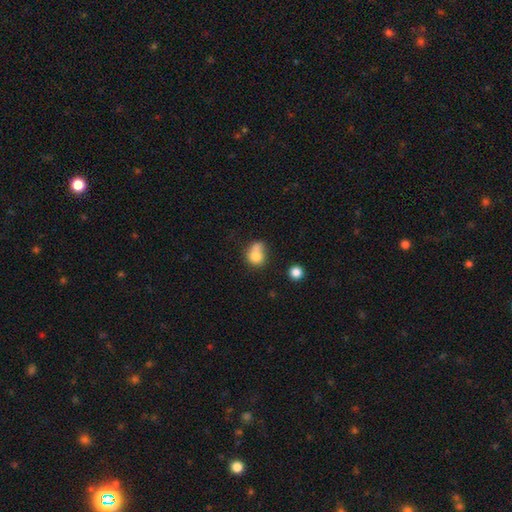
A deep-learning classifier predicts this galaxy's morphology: smooth-or-featured: smooth: 76% | featured or disk: 14% | star or artifact: 11%
  how-rounded: round: 64% | in between: 35% | cigar-shaped: 1%
  merging: merger: 40% | none: 32% | minor disturbance: 18% | major disturbance: 10%